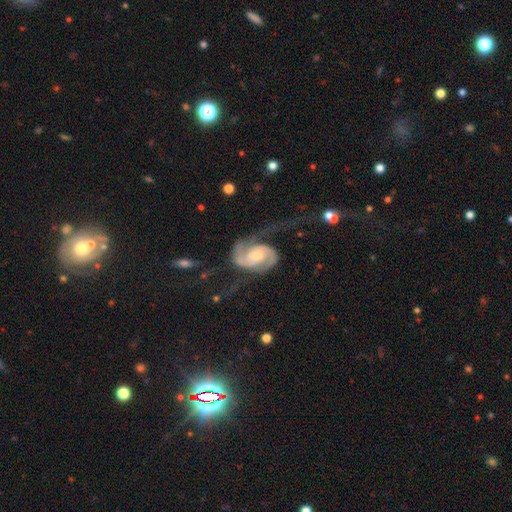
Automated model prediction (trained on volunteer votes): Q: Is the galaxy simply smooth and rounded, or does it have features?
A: featured or disk — 88%.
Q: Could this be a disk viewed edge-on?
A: no — 98%.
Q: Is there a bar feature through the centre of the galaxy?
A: no — 46%.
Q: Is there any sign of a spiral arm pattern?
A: yes — 97%.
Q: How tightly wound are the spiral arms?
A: medium — 45%.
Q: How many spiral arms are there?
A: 2 — 88%.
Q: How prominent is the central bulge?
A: moderate — 51%.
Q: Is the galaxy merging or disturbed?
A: none — 42%.